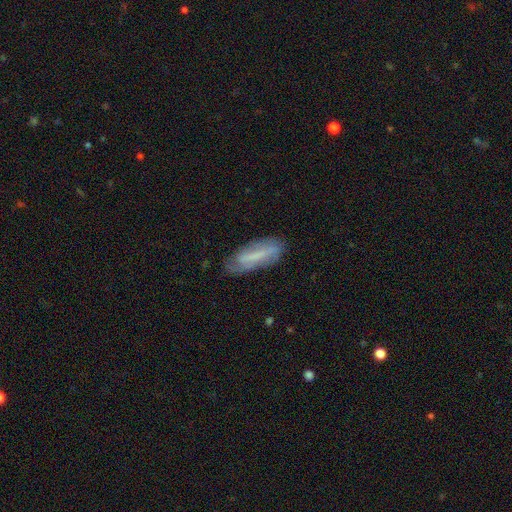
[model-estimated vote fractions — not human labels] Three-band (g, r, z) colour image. It shows a featured or disk galaxy (46%, tied with smooth). Merging: none (67%).